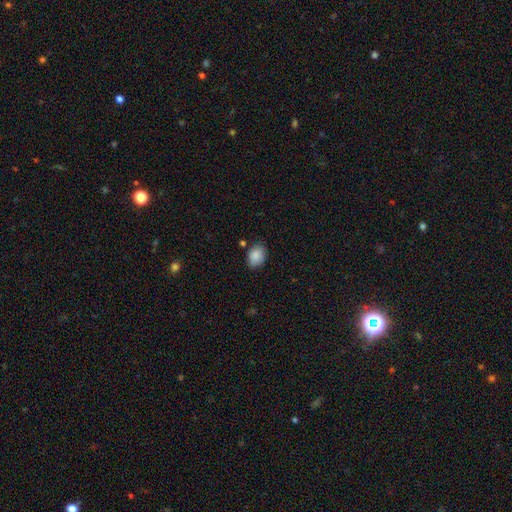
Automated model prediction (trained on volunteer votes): This appears to be a smooth galaxy with no disk features (87%) that is in between round and cigar-shaped (76%). Merging: none (77%).